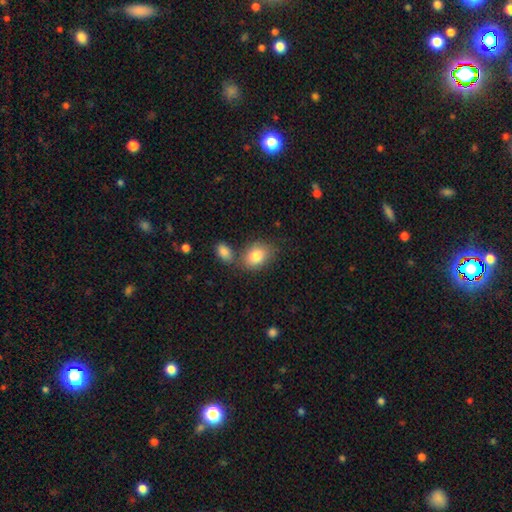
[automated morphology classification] A smooth galaxy with no disk features (82%) that is in between round and cigar-shaped (76%).

Vote fractions:
- Smooth or featured? smooth: 82% / featured or disk: 10% / star or artifact: 8%
- How rounded? in between: 76% / round: 23% / cigar-shaped: 1%
- Merging? none: 60% / merger: 21% / minor disturbance: 14% / major disturbance: 4%